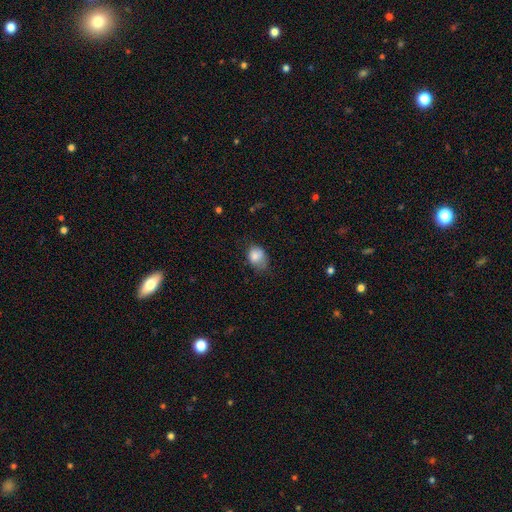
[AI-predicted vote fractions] smooth 81%, featured or disk 10%, star or artifact 9%. Down the decision tree: how rounded — in between (64%); merging — none (46%).